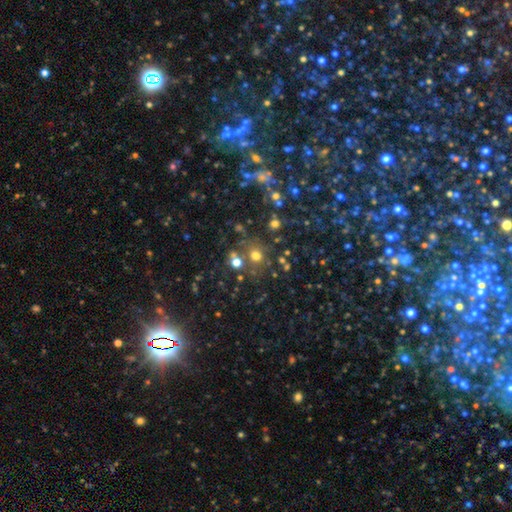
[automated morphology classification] Smooth or featured?
  - smooth: 62% *
  - star or artifact: 27%
  - featured or disk: 11%
How rounded?
  - round: 83% *
  - in between: 16%
  - cigar-shaped: 1%
Merging?
  - none: 66% *
  - merger: 17%
  - minor disturbance: 11%
  - major disturbance: 6%